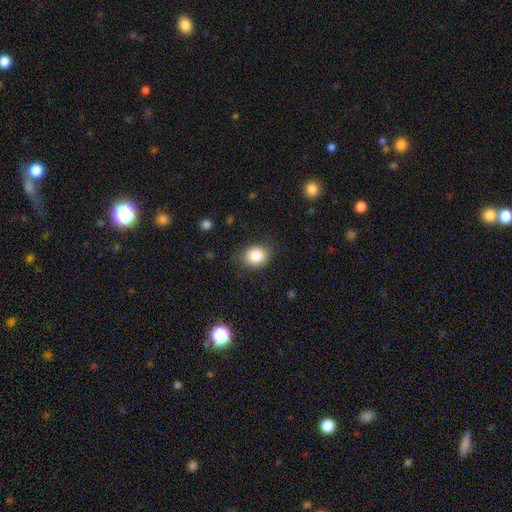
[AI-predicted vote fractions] Morphology: type=smooth (85%); roundness=round (60%); merging=none (79%).